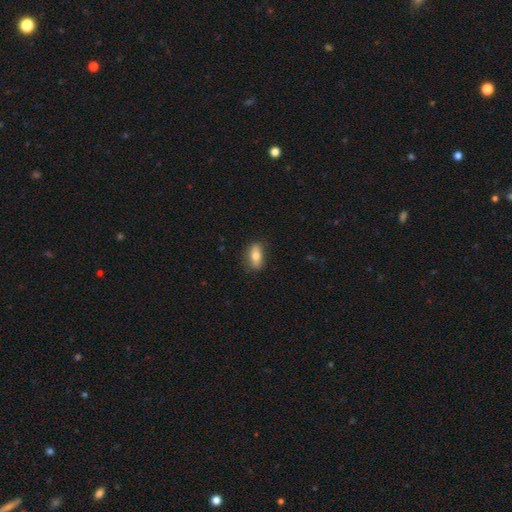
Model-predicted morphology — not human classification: Q: Smooth or featured?
A: smooth (71%); runner-up: featured or disk (21%)
Q: How rounded?
A: in between (81%); runner-up: cigar-shaped (12%)
Q: Merging?
A: none (79%); runner-up: minor disturbance (16%)